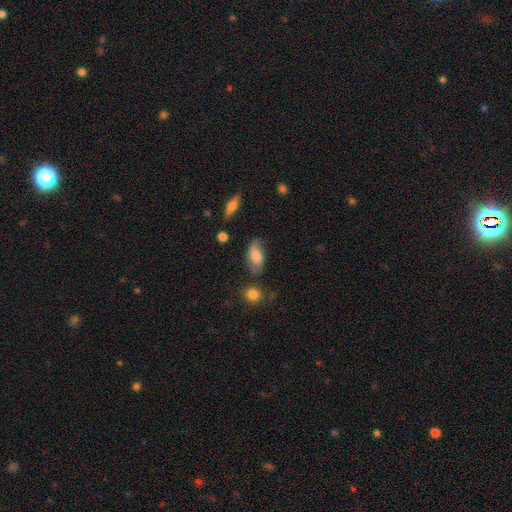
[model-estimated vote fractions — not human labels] The model was most divided on "merging": none: 62%, minor disturbance: 27%, major disturbance: 8%, merger: 4%. More confident: how rounded — in between (90%); smooth or featured — smooth (69%).